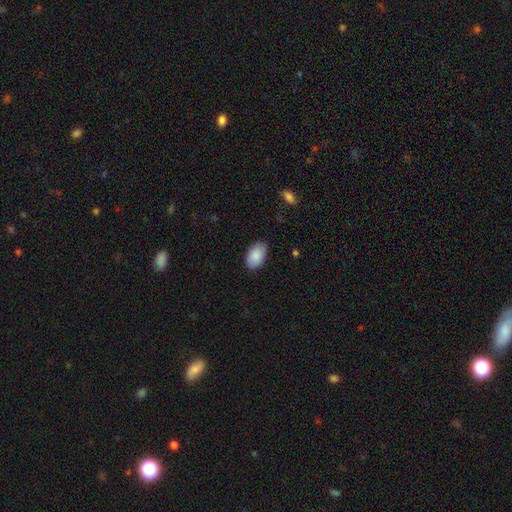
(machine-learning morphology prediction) Smooth or featured? smooth (88%)
How rounded? in between (93%)
Merging? none (83%)